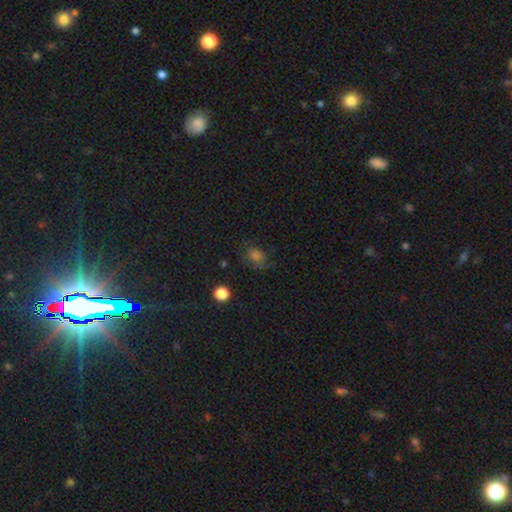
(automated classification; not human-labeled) smooth 68%, star or artifact 21%, featured or disk 11%. Down the decision tree: how rounded — in between (55%); merging — none (65%).